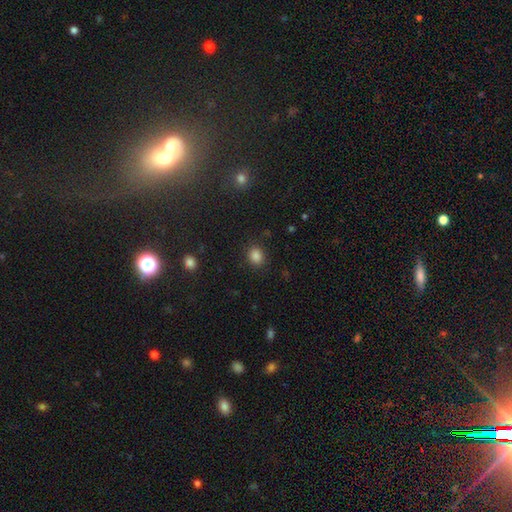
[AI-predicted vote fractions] Q: Smooth or featured?
A: smooth (85%); runner-up: star or artifact (11%)
Q: How rounded?
A: round (59%); runner-up: in between (40%)
Q: Merging?
A: none (86%); runner-up: minor disturbance (9%)